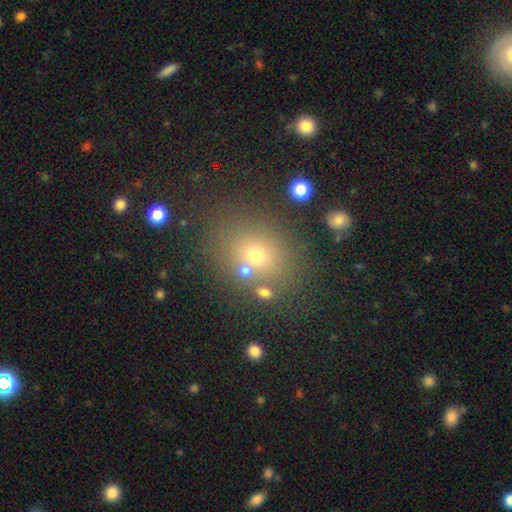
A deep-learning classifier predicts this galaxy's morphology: type=smooth (66%); roundness=round (63%); merging=none (74%).